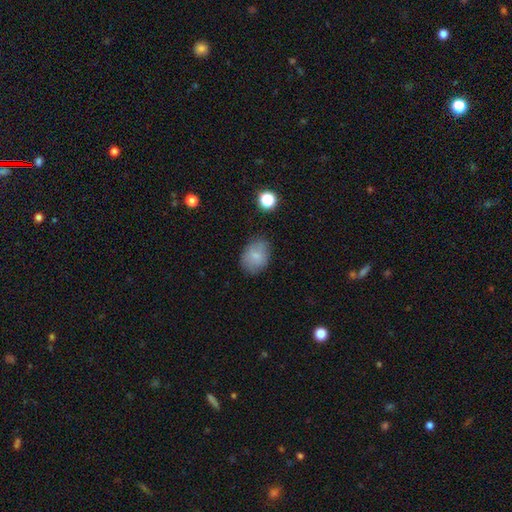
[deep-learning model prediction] This is likely a smooth galaxy (78%). How rounded: likely in between (65%). Merging: likely none (76%).